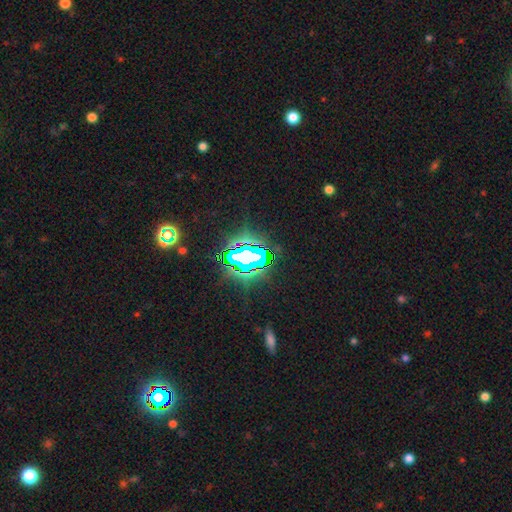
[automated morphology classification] This appears to be a star or artifact, not a galaxy (82%).